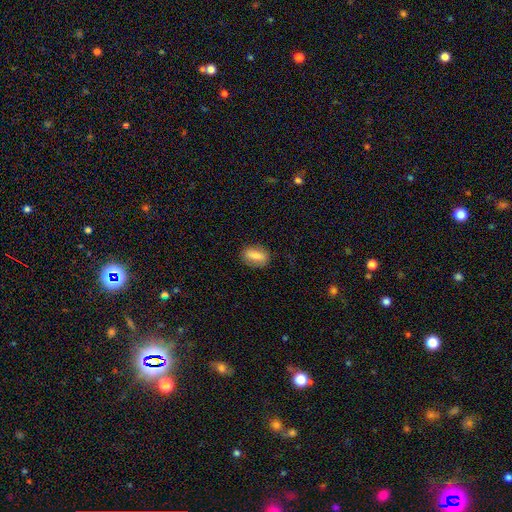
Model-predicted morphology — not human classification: The model was most divided on "merging": none: 82%, minor disturbance: 14%, major disturbance: 4%, merger: 1%. More confident: how rounded — in between (81%); smooth or featured — smooth (80%).